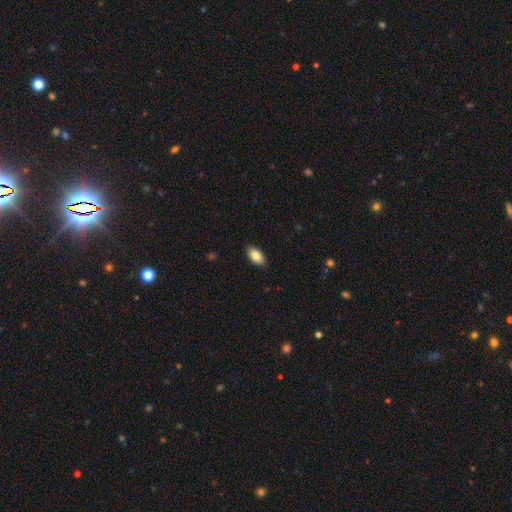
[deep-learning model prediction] This appears to be a smooth galaxy with no disk features (86%) that is in between round and cigar-shaped (94%). Merging: none (88%).